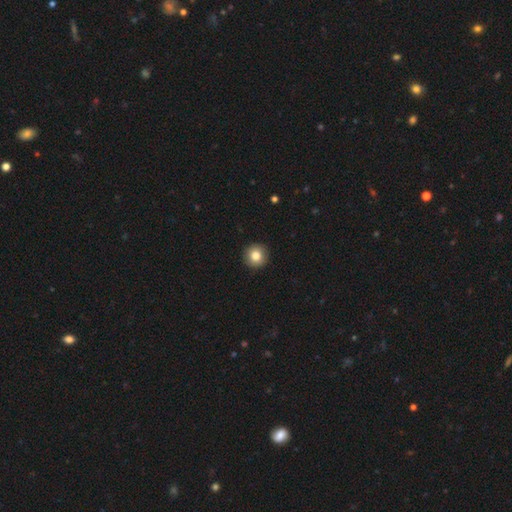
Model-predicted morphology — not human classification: A smooth galaxy with no disk features (84%) that is round (94%). Merging: none (92%).